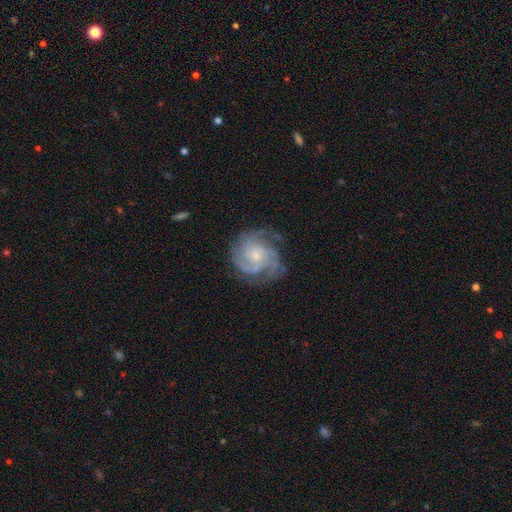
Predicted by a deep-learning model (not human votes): This is clearly a featured or disk galaxy (85%). It is clearly not viewed edge-on (98%). Bar: likely no (74%). Spiral arm pattern: clearly yes (96%). Spiral arm count: marginally 3 (31%). Spiral winding: possibly tight (59%). Central bulge: possibly small (59%). Merging: likely none (70%).